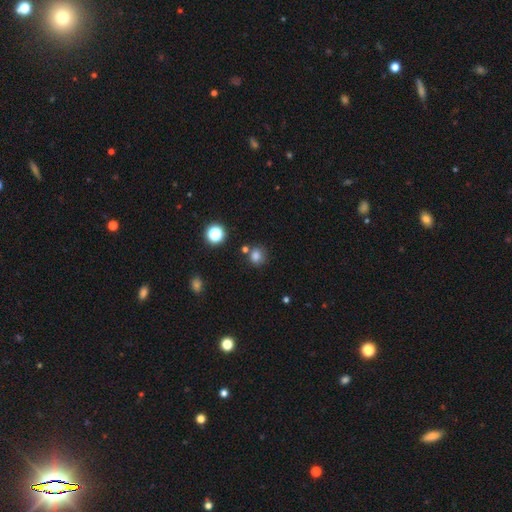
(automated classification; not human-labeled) smooth 78%, star or artifact 16%, featured or disk 6%. Down the decision tree: how rounded — round (81%); merging — none (71%).